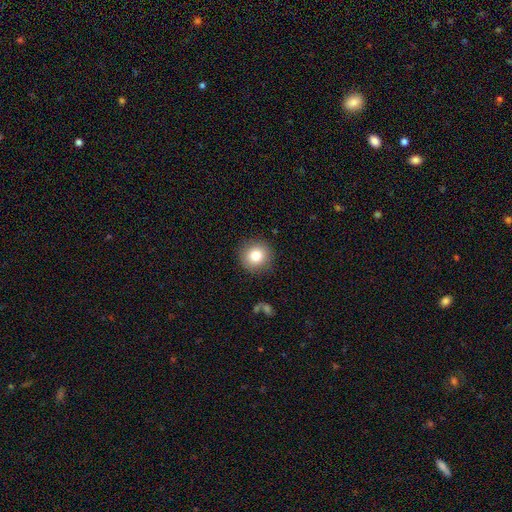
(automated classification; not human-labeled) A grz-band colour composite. It shows a smooth galaxy with no disk features (81%) that is round (93%). Merging: none (89%).